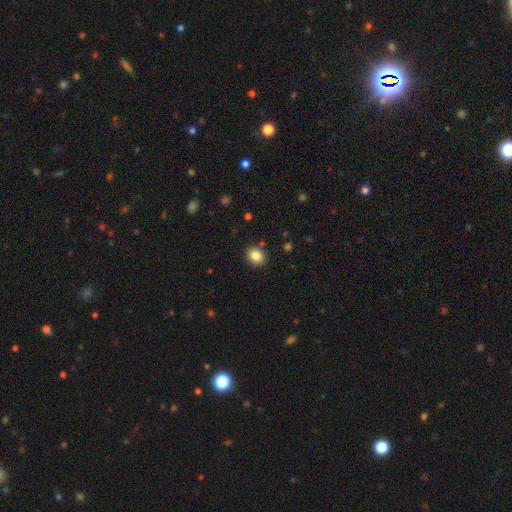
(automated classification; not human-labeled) Morphology: type=smooth (85%); roundness=round (54%); merging=none (89%).